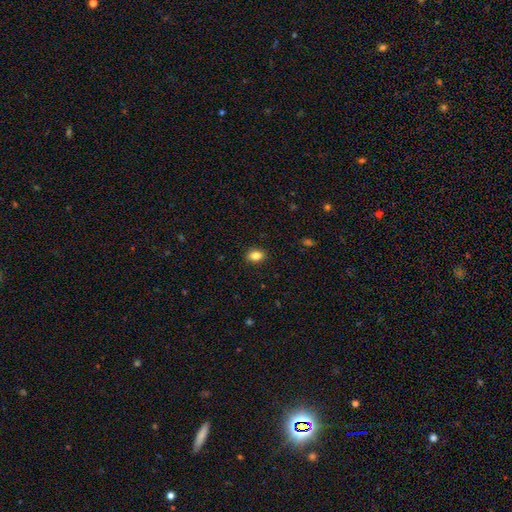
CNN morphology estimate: Smooth or featured? Predicted: smooth (p=0.84). How rounded? Predicted: in between (p=0.75). Merging? Predicted: none (p=0.89).